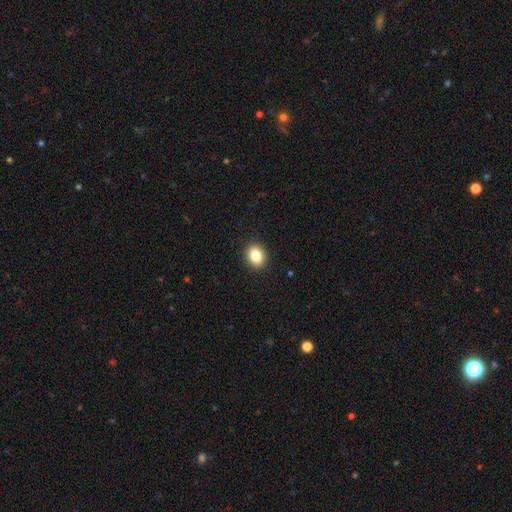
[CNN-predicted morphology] A smooth galaxy with no disk features (85%) that is round (53%).

Vote fractions:
- Smooth or featured? smooth: 85% / star or artifact: 9% / featured or disk: 6%
- How rounded? round: 53% / in between: 46% / cigar-shaped: 1%
- Merging? none: 91% / minor disturbance: 6% / major disturbance: 2% / merger: 1%